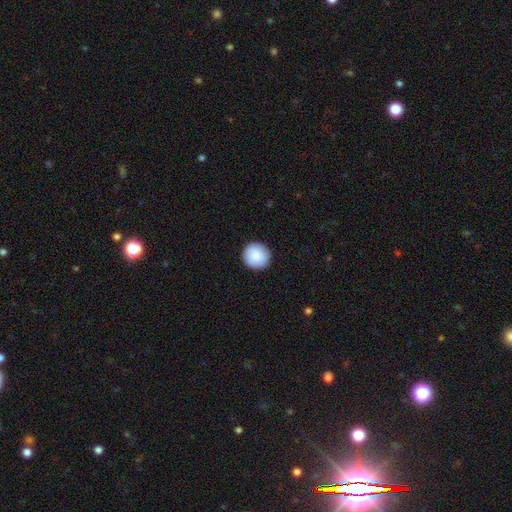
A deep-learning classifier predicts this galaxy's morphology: A smooth galaxy with no disk features (88%) that is round (94%). Merging: none (90%).